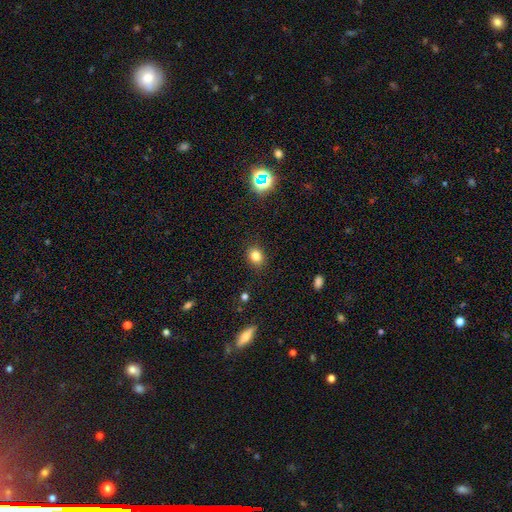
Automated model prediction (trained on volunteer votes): Smooth or featured?
  - smooth: 81% *
  - star or artifact: 13%
  - featured or disk: 6%
How rounded?
  - round: 58% *
  - in between: 41%
  - cigar-shaped: 1%
Merging?
  - none: 88% *
  - minor disturbance: 9%
  - major disturbance: 3%
  - merger: 1%